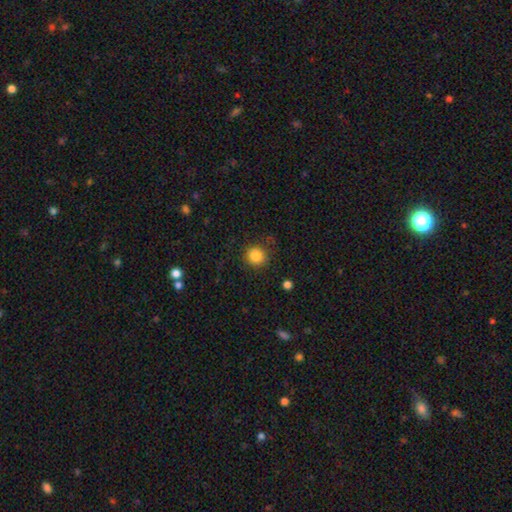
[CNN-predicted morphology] Q: Smooth or featured?
A: smooth (84%); runner-up: star or artifact (11%)
Q: How rounded?
A: round (92%); runner-up: in between (7%)
Q: Merging?
A: none (87%); runner-up: minor disturbance (9%)